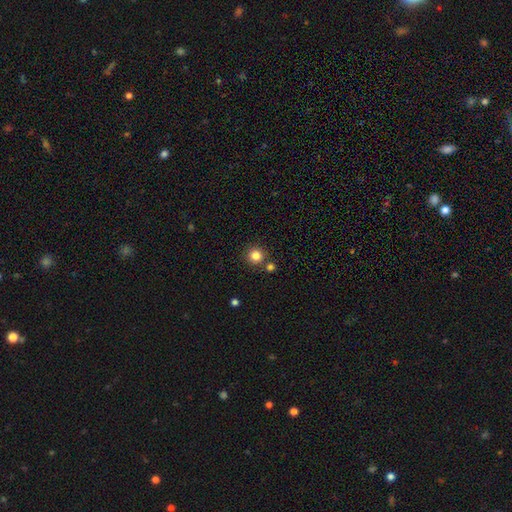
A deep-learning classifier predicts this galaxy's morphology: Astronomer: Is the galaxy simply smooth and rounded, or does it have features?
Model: smooth — 83%.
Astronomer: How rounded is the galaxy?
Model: round — 94%.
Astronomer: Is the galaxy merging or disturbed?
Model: none — 81%.